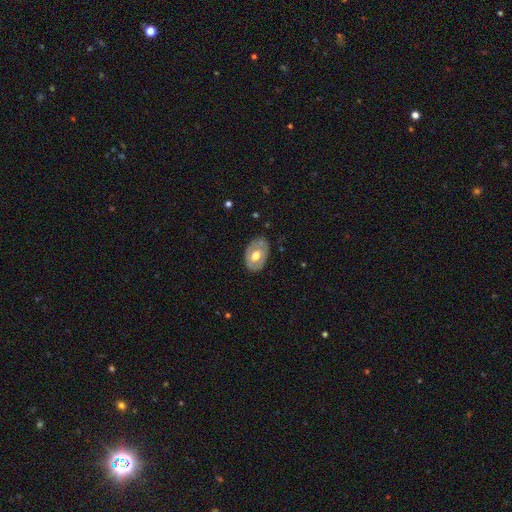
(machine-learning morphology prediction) smooth-or-featured: featured or disk: 48% | smooth: 46% | star or artifact: 6%
  merging: none: 75% | minor disturbance: 19% | major disturbance: 5% | merger: 1%